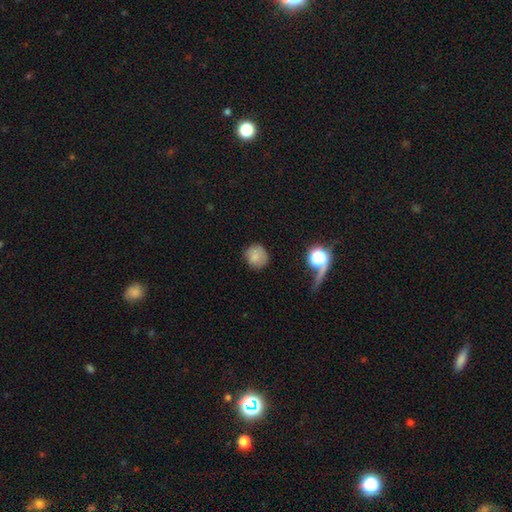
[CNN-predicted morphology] type=smooth (77%); roundness=round (84%); merging=none (74%).